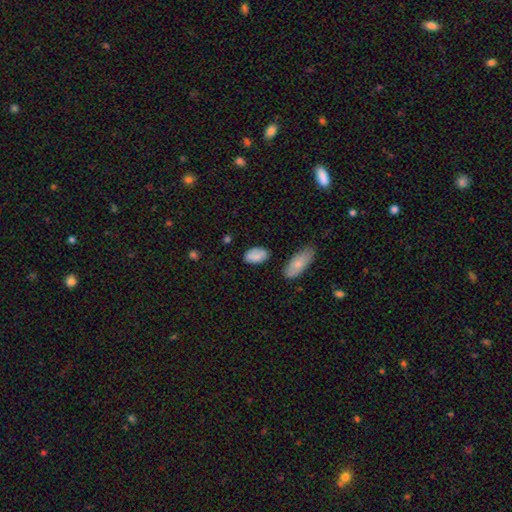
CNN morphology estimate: This appears to be a smooth galaxy with no disk features (82%) that is in between round and cigar-shaped (93%). Merging: none (78%).